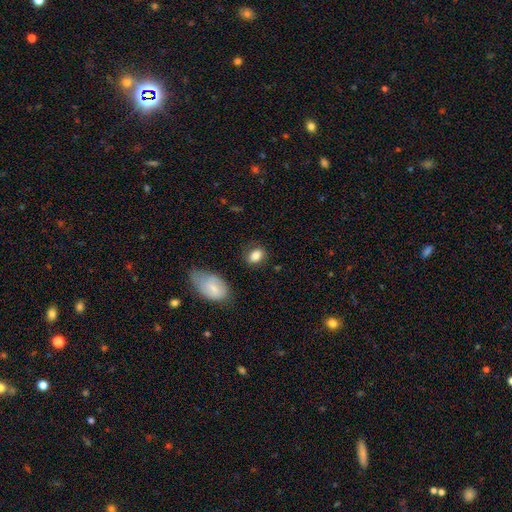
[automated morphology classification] Smooth or featured? smooth (84%)
How rounded? in between (73%)
Merging? none (73%)